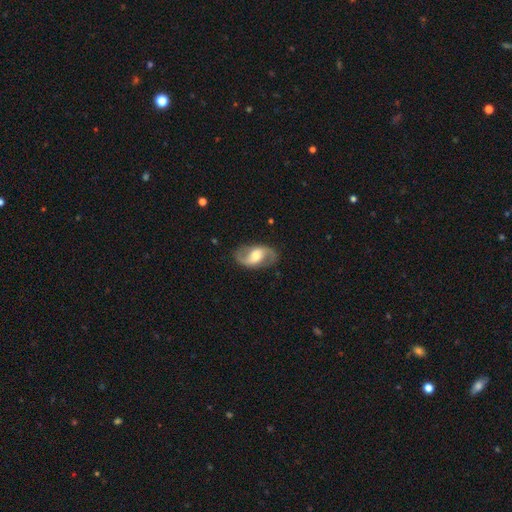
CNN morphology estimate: smooth-or-featured: featured or disk: 82% | smooth: 13% | star or artifact: 5%
  disk-edge-on: no: 96% | yes: 4%
    bar: weak: 44% | no: 33% | strong: 23%
    has-spiral-arms: yes: 93% | no: 7%
      spiral-winding: loose: 45% | medium: 43% | tight: 12%
      spiral-arm-count: 2: 93% | can't tell: 3% | 1: 2% | 3: 1% | 4: 1% | more than 4: 1%
    bulge-size: moderate: 65% | small: 19% | large: 13% | none: 2% | dominant: 2%
  merging: none: 84% | minor disturbance: 10% | major disturbance: 4% | merger: 1%